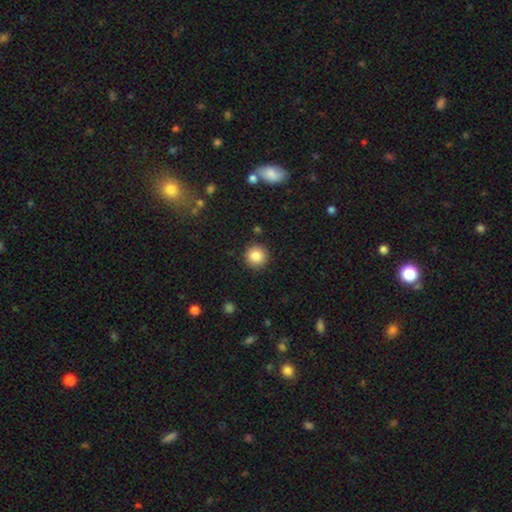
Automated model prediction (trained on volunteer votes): A smooth galaxy with no disk features (86%) that is round (95%).

Vote fractions:
- Smooth or featured? smooth: 86% / star or artifact: 10% / featured or disk: 5%
- How rounded? round: 95% / in between: 4% / cigar-shaped: 1%
- Merging? none: 91% / minor disturbance: 6% / major disturbance: 2% / merger: 1%